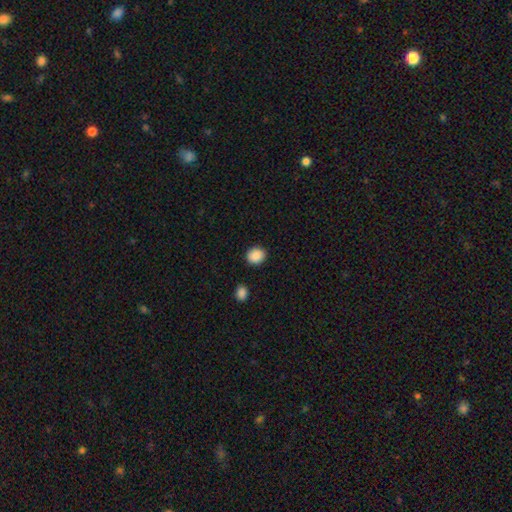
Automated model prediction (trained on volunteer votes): A smooth galaxy with no disk features (89%) that is round (74%). Merging: none (88%).